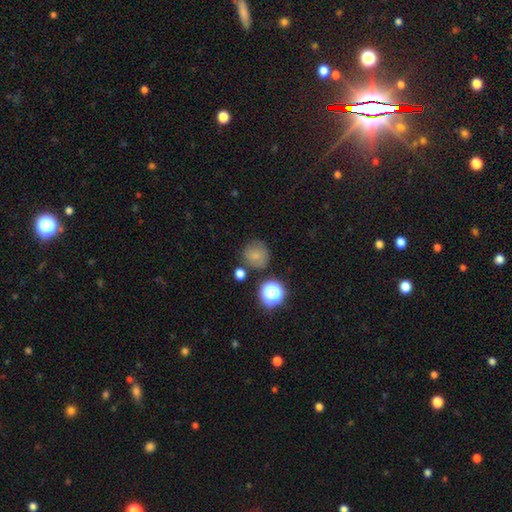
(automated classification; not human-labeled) Morphology: type=smooth (72%); roundness=round (91%); merging=none (74%).